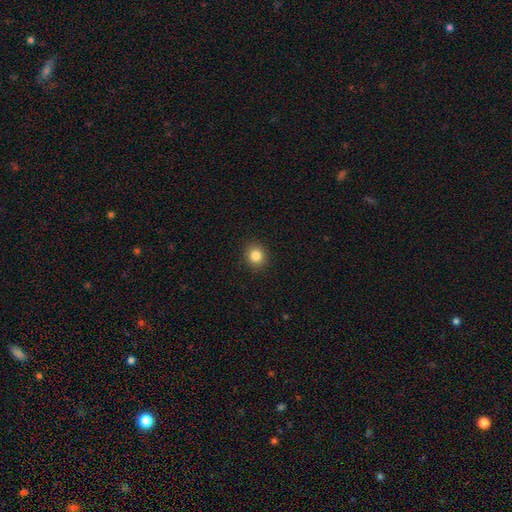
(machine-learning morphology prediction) smooth_or_featured: smooth (p=0.84) [alt: star or artifact p=0.11]
how_rounded: round (p=0.78) [alt: in between p=0.21]
merging: none (p=0.91) [alt: minor disturbance p=0.06]